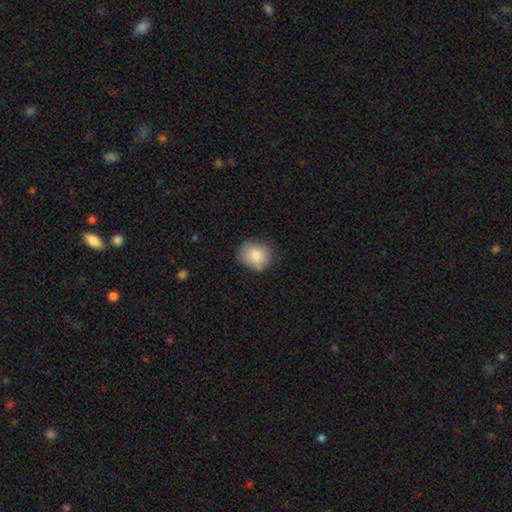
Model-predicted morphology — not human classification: Smooth or featured?
  - smooth: 85% *
  - star or artifact: 8%
  - featured or disk: 7%
How rounded?
  - round: 62% *
  - in between: 37%
  - cigar-shaped: 1%
Merging?
  - none: 74% *
  - minor disturbance: 20%
  - major disturbance: 4%
  - merger: 2%